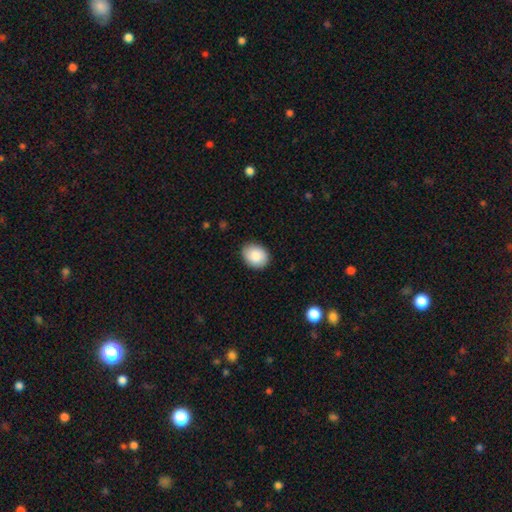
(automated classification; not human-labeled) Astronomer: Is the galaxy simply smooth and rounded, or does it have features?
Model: smooth — 88%.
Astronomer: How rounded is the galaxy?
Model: in between — 57% (runner-up: round, 43%).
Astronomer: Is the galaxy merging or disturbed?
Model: none — 87%.